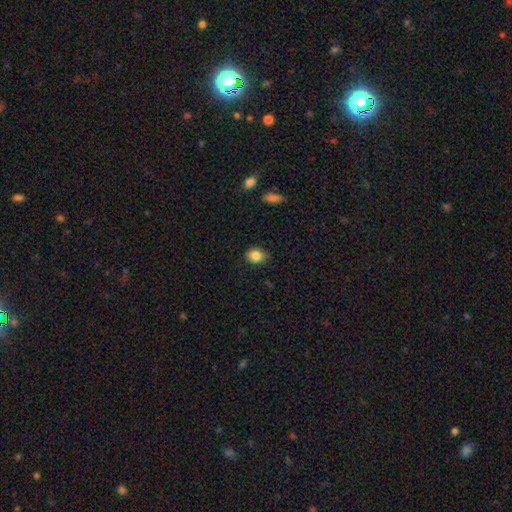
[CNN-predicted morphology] This is clearly a smooth galaxy (85%). How rounded: possibly in between (53%). Merging: clearly none (80%).